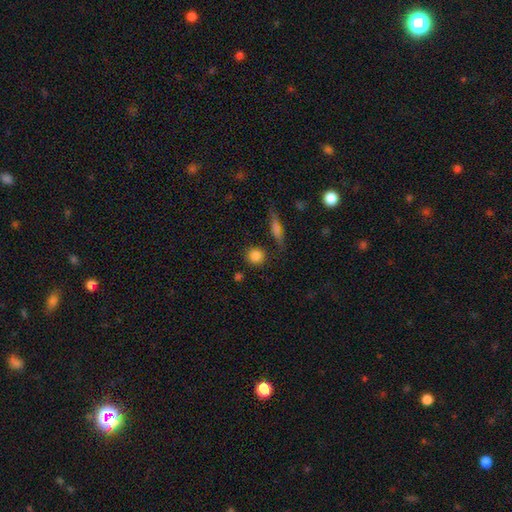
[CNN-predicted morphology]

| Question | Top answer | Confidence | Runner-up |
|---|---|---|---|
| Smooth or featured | smooth | 84% | star or artifact (10%) |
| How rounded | round | 87% | in between (10%) |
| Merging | none | 81% | minor disturbance (11%) |